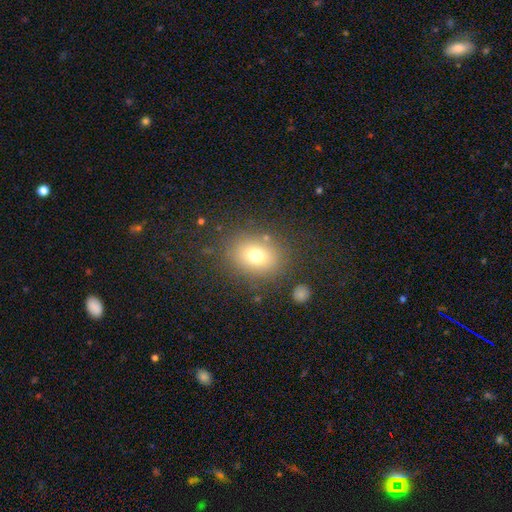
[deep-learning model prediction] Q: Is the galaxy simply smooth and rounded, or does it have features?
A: smooth — 73%.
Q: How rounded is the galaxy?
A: in between — 50%.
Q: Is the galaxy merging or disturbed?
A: none — 81%.